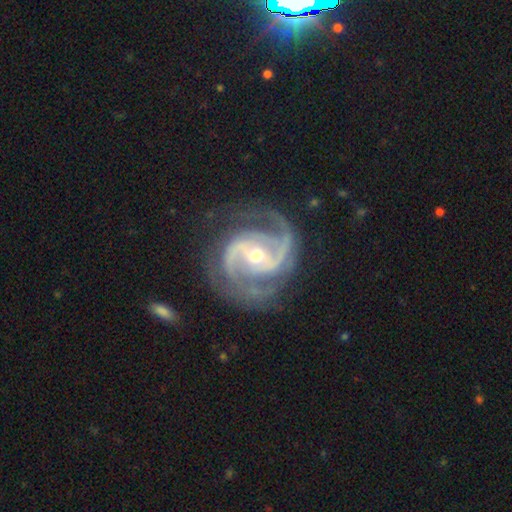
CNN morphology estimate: Smooth or featured? featured or disk (93%)
Edge-on disk? no (98%)
Bar? weak (44%)
Spiral arms? yes (98%)
Spiral winding? medium (52%)
Spiral arm count? 2 (72%)
Bulge size? moderate (61%)
Merging? none (75%)